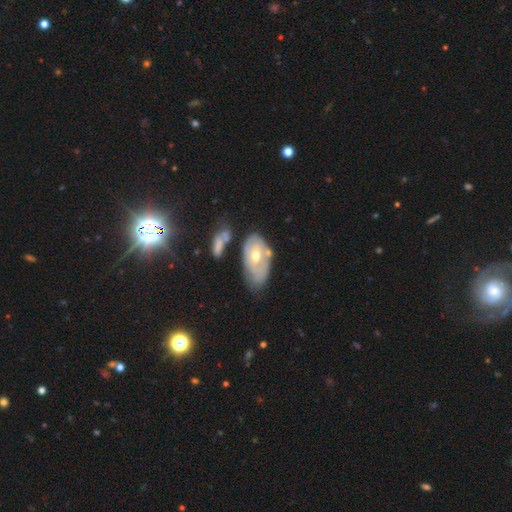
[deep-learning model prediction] smooth_or_featured: featured or disk (p=0.51) [alt: smooth p=0.43]
disk_edge_on: no (p=0.90) [alt: yes p=0.10]
merging: none (p=0.40) [alt: minor disturbance p=0.28]